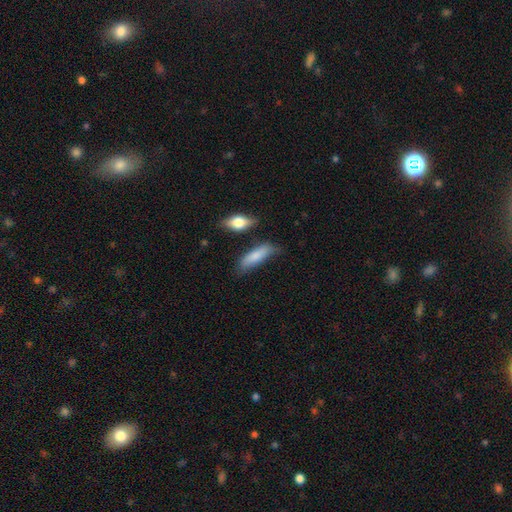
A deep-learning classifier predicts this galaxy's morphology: Smooth or featured? smooth (79%)
How rounded? in between (52%)
Merging? none (64%)